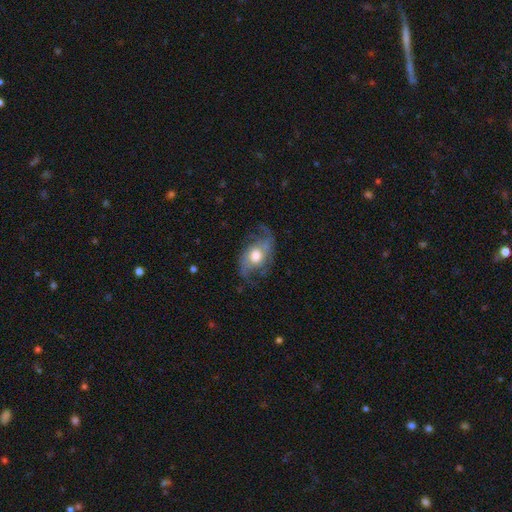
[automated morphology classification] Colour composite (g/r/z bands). It shows a featured or disk galaxy (77%) with no bar (71%), 2 (77%) loose (46%) spiral arms (88%) and a moderate central bulge (59%). Merging: none (61%).